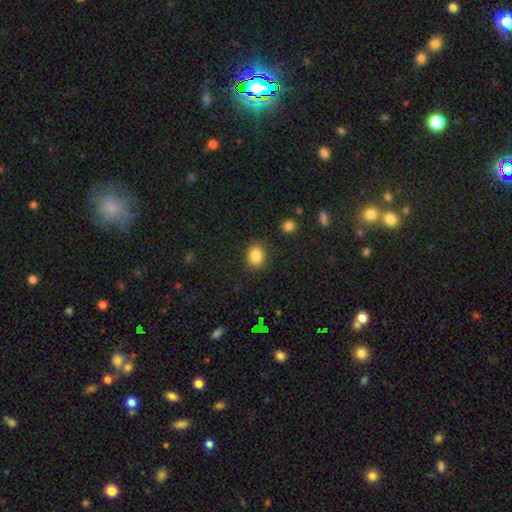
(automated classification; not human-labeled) Smooth or featured? smooth (86%)
How rounded? in between (60%)
Merging? none (85%)